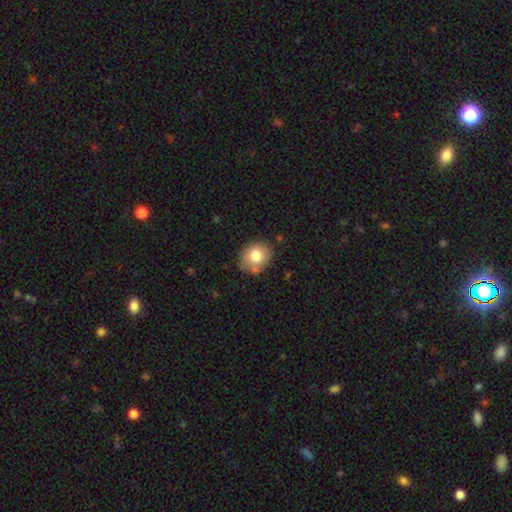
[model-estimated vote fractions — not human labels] The model was most divided on "how rounded": round: 65%, in between: 34%, cigar-shaped: 1%. More confident: merging — none (79%); smooth or featured — smooth (77%).